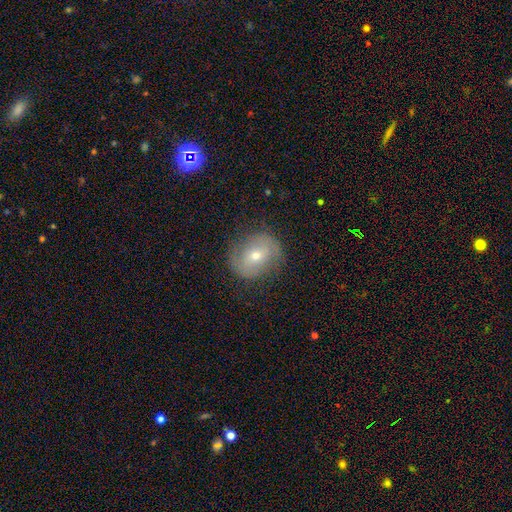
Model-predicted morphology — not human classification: This appears to be a featured or disk galaxy (51%). Merging: none (77%).